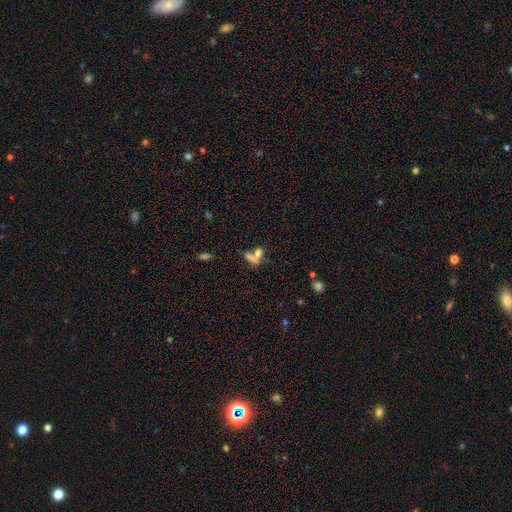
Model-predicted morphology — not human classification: type=smooth (66%); roundness=in between (53%); merging=merger (49%).